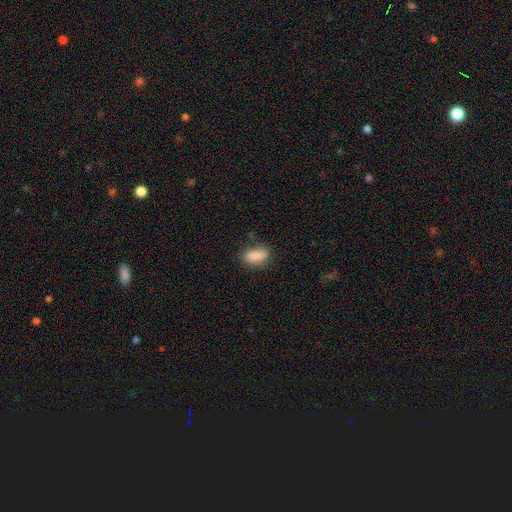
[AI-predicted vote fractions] Overall: smooth (85%). How rounded: in between (83%). Merging: none (71%).